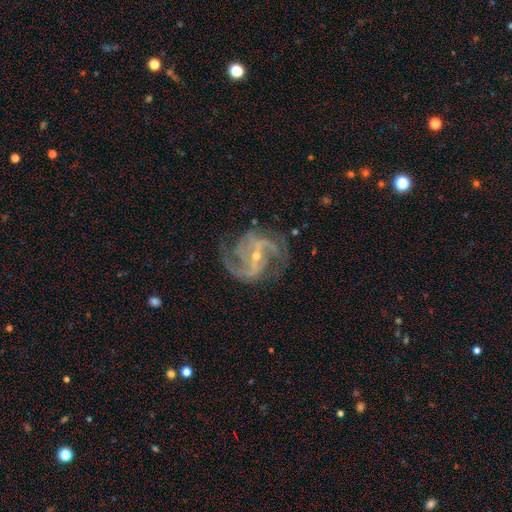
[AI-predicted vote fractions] This appears to be a featured or disk galaxy (91%) with a strong bar (49%), 2 (66%) medium (56%) spiral arms (98%) and a small central bulge (69%). Merging: none (72%).